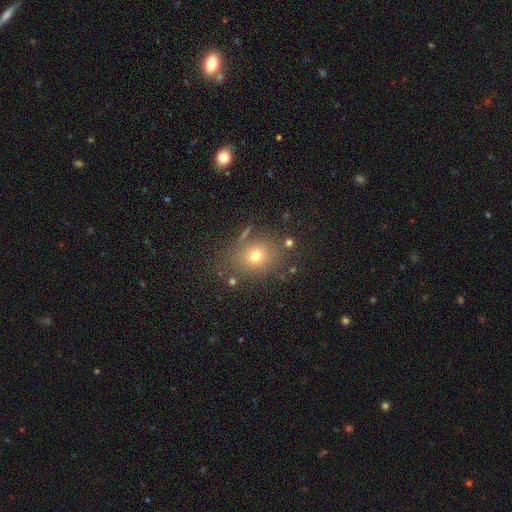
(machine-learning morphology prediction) Smooth or featured?
  - smooth: 70% *
  - star or artifact: 17%
  - featured or disk: 13%
How rounded?
  - round: 62% *
  - in between: 37%
  - cigar-shaped: 1%
Merging?
  - none: 78% *
  - minor disturbance: 12%
  - major disturbance: 5%
  - merger: 4%